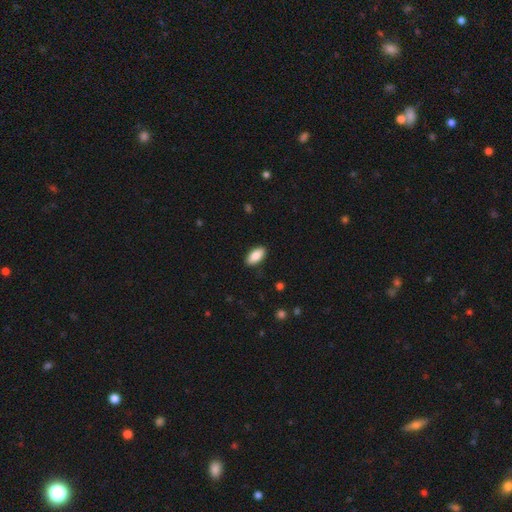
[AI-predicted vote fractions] Morphology: type=smooth (87%); roundness=in between (90%); merging=none (88%).